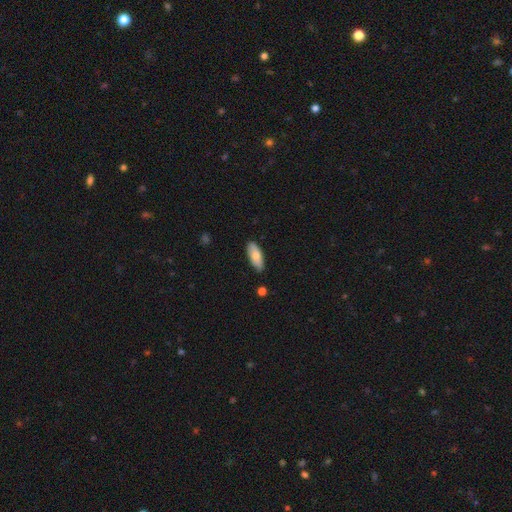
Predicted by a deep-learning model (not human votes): This is likely a smooth galaxy (73%). How rounded: likely in between (76%). Merging: clearly none (85%).